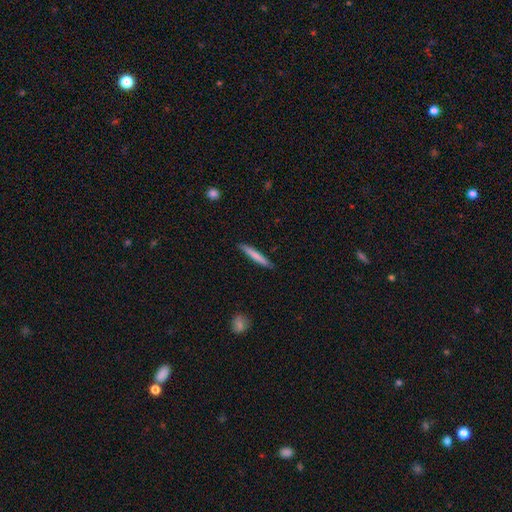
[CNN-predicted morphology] A smooth galaxy with no disk features (75%) that is cigar-shaped (95%). Merging: none (88%).